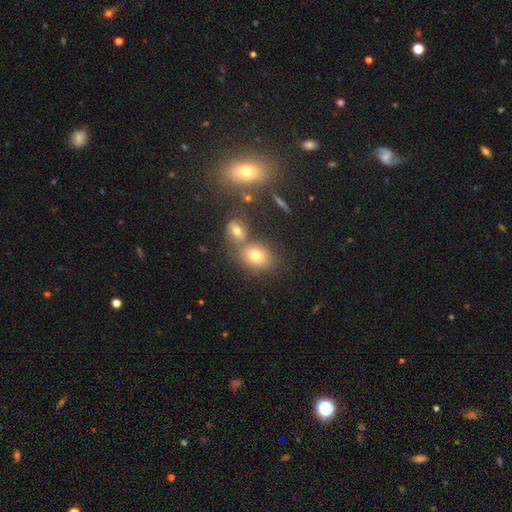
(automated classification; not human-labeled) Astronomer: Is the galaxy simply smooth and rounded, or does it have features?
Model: smooth — 71%.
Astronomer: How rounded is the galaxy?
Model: round — 54% (runner-up: in between, 44%).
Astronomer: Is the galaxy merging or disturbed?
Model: none — 57%.